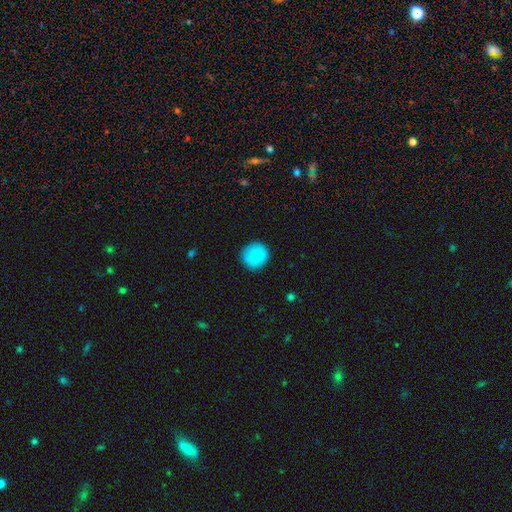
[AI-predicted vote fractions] Morphology: type=smooth (87%); roundness=round (93%); merging=none (88%).